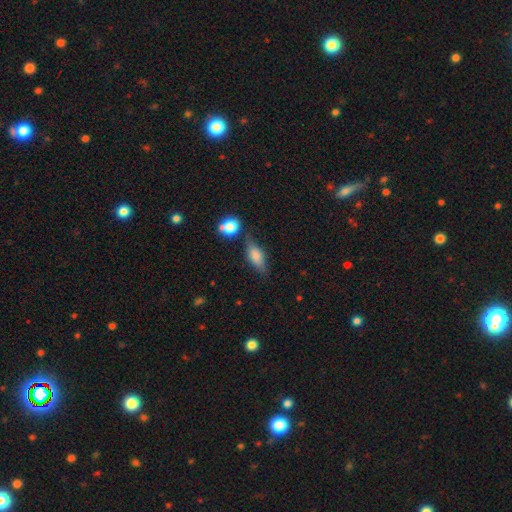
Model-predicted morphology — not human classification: This is likely a smooth galaxy (71%). How rounded: likely in between (74%). Merging: likely none (64%).